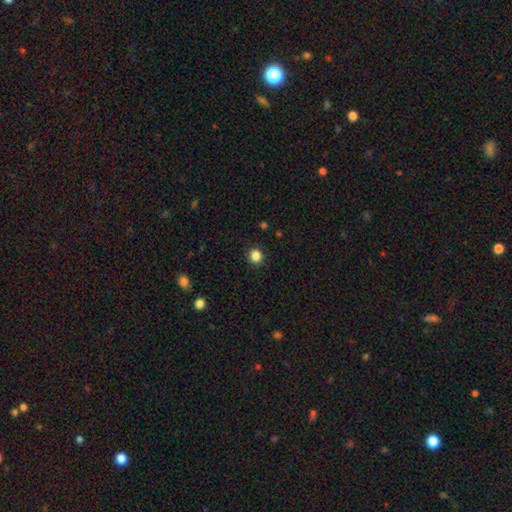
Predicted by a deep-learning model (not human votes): This is clearly a smooth galaxy (85%). How rounded: clearly round (89%). Merging: clearly none (91%).